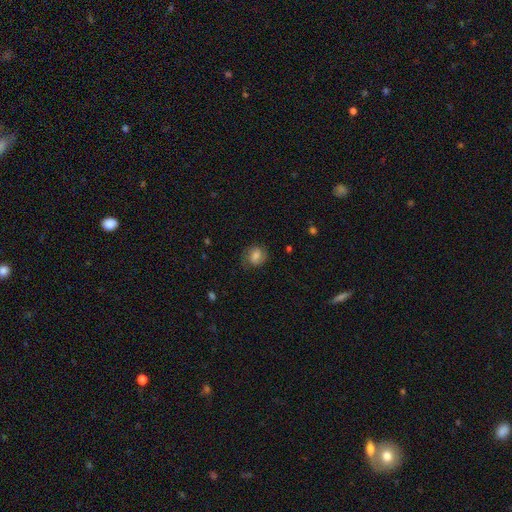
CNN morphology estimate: smooth-or-featured: smooth: 57% | featured or disk: 33% | star or artifact: 10%
  how-rounded: round: 57% | in between: 42% | cigar-shaped: 1%
  merging: none: 71% | minor disturbance: 20% | major disturbance: 8% | merger: 1%